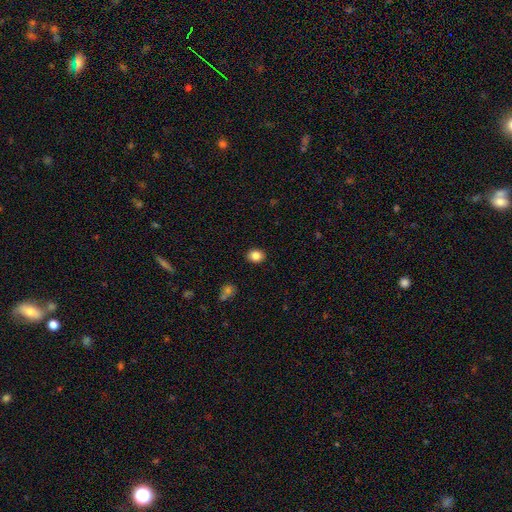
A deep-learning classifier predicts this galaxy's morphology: Smooth or featured? smooth (85%)
How rounded? in between (53%)
Merging? none (90%)